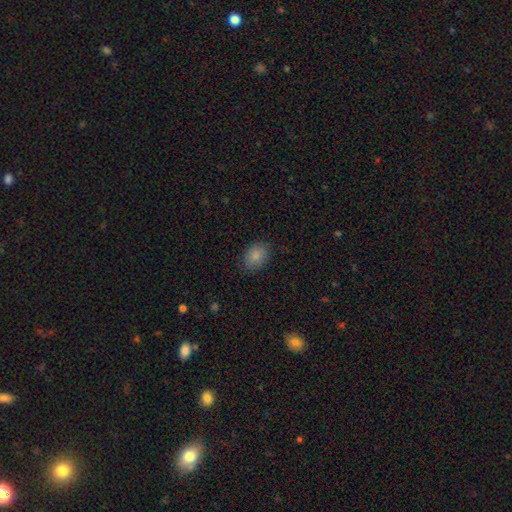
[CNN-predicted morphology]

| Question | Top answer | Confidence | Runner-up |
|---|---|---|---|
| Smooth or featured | smooth | 86% | star or artifact (8%) |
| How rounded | in between | 74% | round (25%) |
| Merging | none | 81% | minor disturbance (14%) |